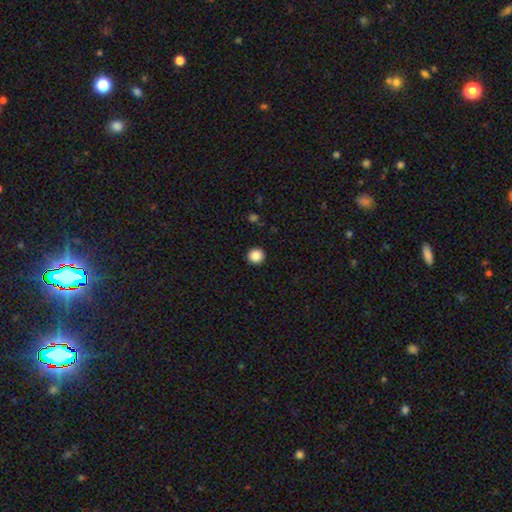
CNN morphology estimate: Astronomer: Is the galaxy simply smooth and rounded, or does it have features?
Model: smooth — 87%.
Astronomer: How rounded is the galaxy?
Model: round — 94%.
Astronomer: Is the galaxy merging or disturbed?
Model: none — 93%.